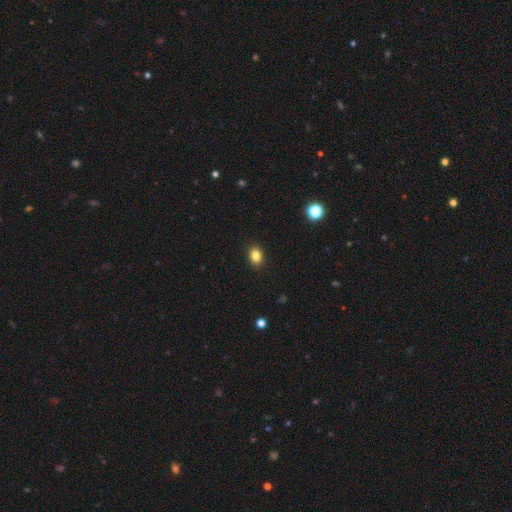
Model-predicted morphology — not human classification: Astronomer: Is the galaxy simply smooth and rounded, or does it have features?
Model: smooth — 85%.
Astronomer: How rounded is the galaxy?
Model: in between — 70%.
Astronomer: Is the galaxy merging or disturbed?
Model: none — 90%.